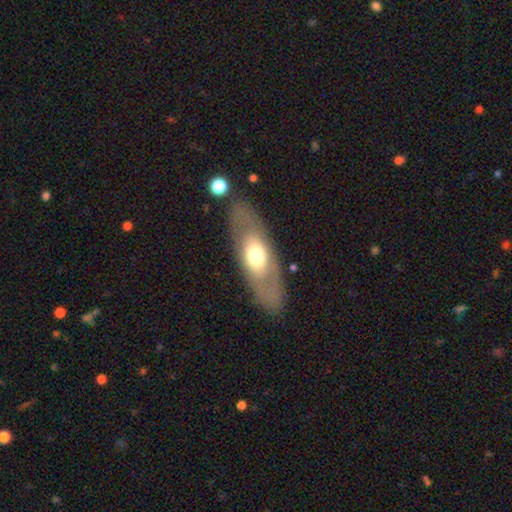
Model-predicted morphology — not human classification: A smooth galaxy with no disk features (48%). Merging: none (81%).